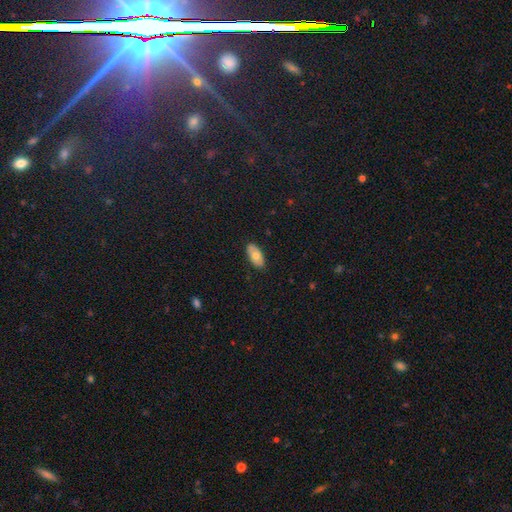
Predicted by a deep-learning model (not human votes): smooth_or_featured: smooth (p=0.68) [alt: featured or disk p=0.26]
how_rounded: in between (p=0.92) [alt: cigar-shaped p=0.05]
merging: none (p=0.87) [alt: minor disturbance p=0.11]